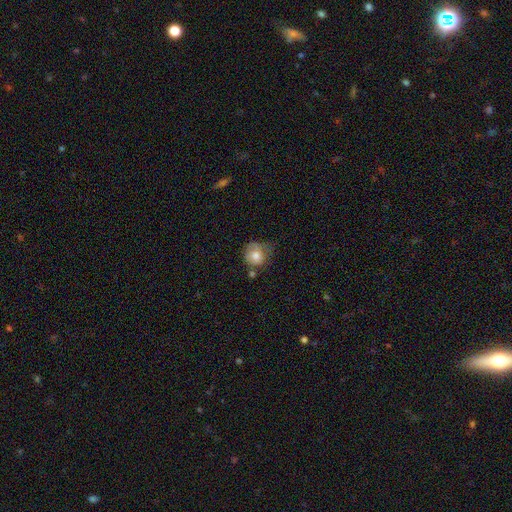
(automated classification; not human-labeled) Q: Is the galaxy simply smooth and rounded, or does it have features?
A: smooth — 73%.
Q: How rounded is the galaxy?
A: round — 78%.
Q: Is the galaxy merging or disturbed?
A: none — 39%.